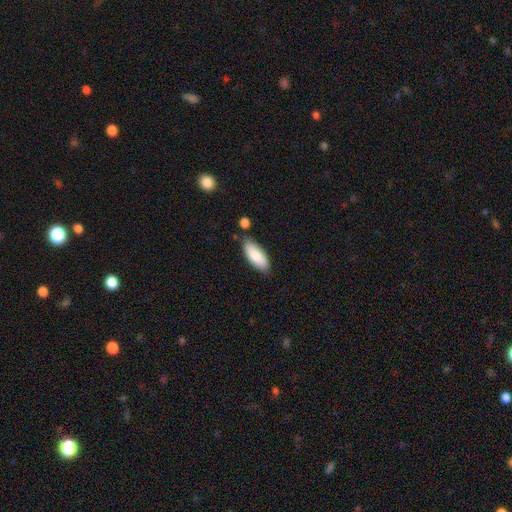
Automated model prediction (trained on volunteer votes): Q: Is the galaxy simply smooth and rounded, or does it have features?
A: smooth — 84%.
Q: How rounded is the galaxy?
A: in between — 79%.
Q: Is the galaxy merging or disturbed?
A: none — 75%.